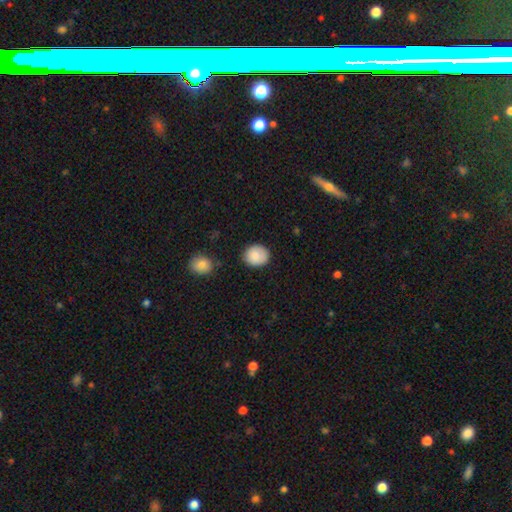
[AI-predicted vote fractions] Overall: smooth (87%). How rounded: round (72%). Merging: none (82%).